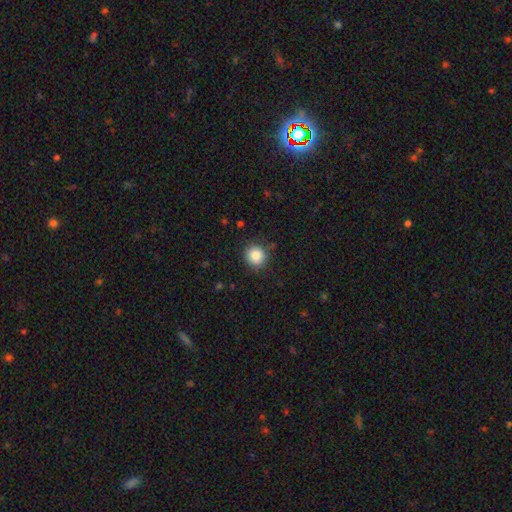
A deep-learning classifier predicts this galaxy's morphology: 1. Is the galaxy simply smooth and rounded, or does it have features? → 86% smooth, 10% star or artifact, 4% featured or disk.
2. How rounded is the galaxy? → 90% round, 9% in between, 1% cigar-shaped.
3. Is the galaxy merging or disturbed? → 86% none, 9% minor disturbance, 3% major disturbance, 1% merger.